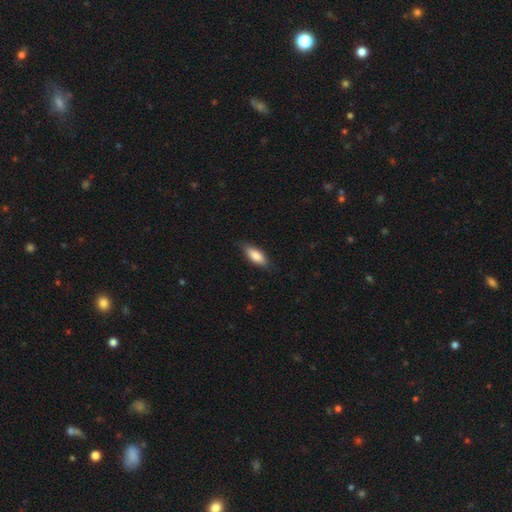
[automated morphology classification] smooth-or-featured: smooth: 80% | featured or disk: 14% | star or artifact: 6%
  how-rounded: in between: 70% | cigar-shaped: 28% | round: 2%
  merging: none: 80% | minor disturbance: 17% | major disturbance: 3% | merger: 1%